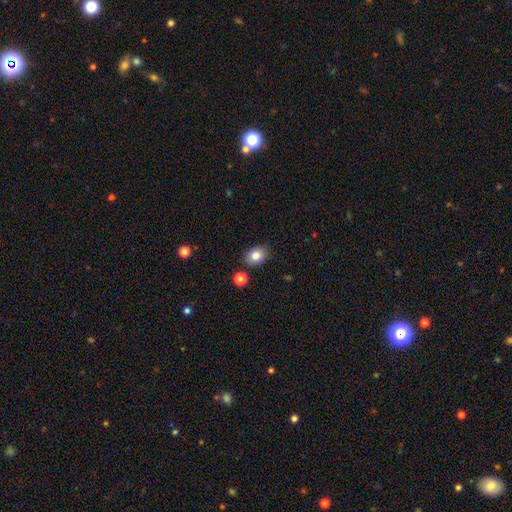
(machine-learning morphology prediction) Overall: smooth (84%). How rounded: in between (63%; round 36%). Merging: none (83%).